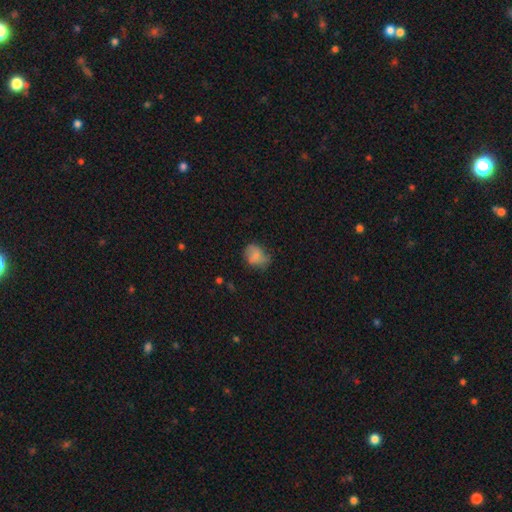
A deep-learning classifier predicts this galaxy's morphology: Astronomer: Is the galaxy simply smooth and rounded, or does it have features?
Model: smooth — 75%.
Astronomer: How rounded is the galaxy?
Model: round — 50% (runner-up: in between, 49%).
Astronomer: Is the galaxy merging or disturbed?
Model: none — 58%.